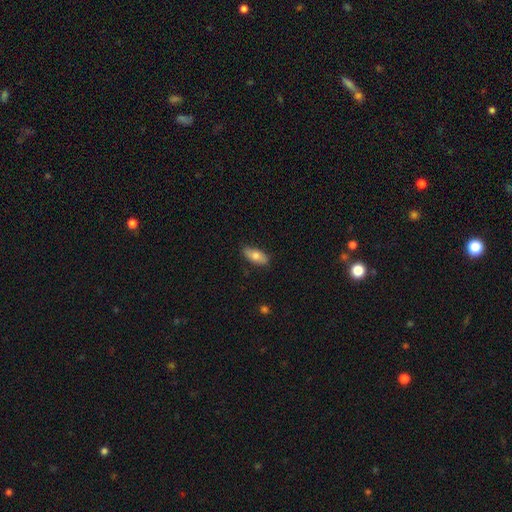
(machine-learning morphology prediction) smooth-or-featured: smooth: 74% | featured or disk: 19% | star or artifact: 6%
  how-rounded: in between: 84% | cigar-shaped: 13% | round: 3%
  merging: none: 81% | minor disturbance: 16% | major disturbance: 2% | merger: 1%